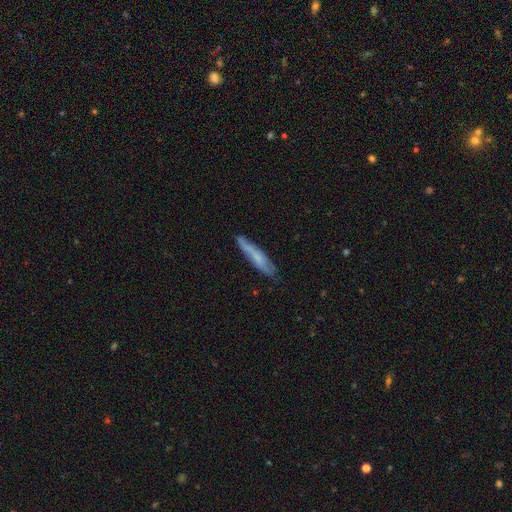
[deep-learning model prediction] This is possibly a smooth galaxy (54%). How rounded: clearly cigar-shaped (88%). Merging: likely none (72%).